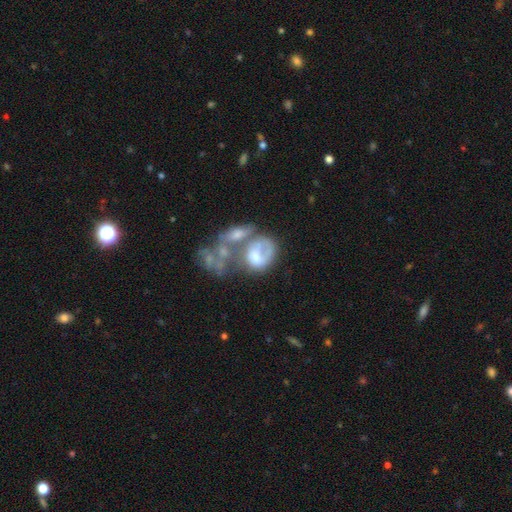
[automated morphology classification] type=featured or disk (56%); edge-on=no (96%); bar=no (81%); spiral arms=no (78%); bulge=moderate (39%); merging=merger (56%).